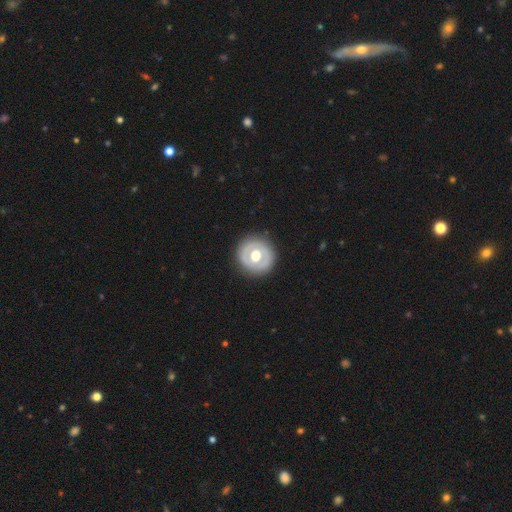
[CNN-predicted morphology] smooth_or_featured: featured or disk (p=0.49) [alt: smooth p=0.45]
merging: none (p=0.88) [alt: minor disturbance p=0.08]